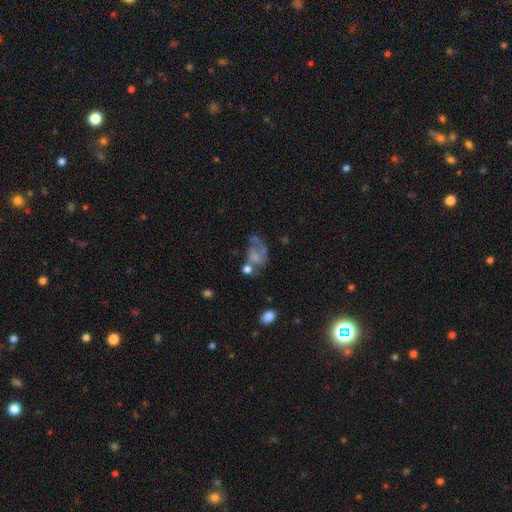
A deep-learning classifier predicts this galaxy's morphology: Smooth or featured: featured or disk — 47% (smooth — 39%)
Merging: major disturbance — 37% (none — 23%)